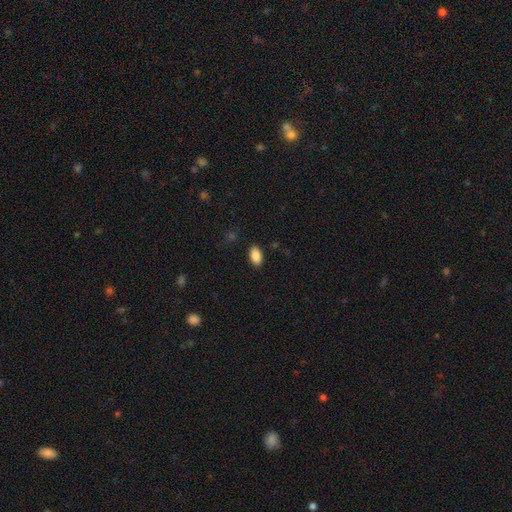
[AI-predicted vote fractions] Smooth or featured? smooth (88%)
How rounded? in between (93%)
Merging? none (88%)